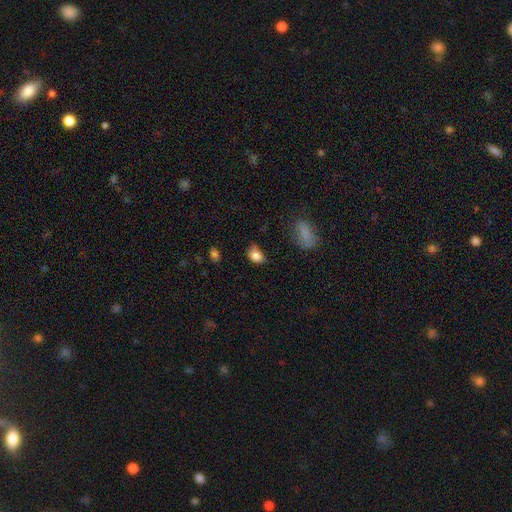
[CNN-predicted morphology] This is clearly a smooth galaxy (82%). How rounded: likely in between (75%). Merging: possibly none (50%).